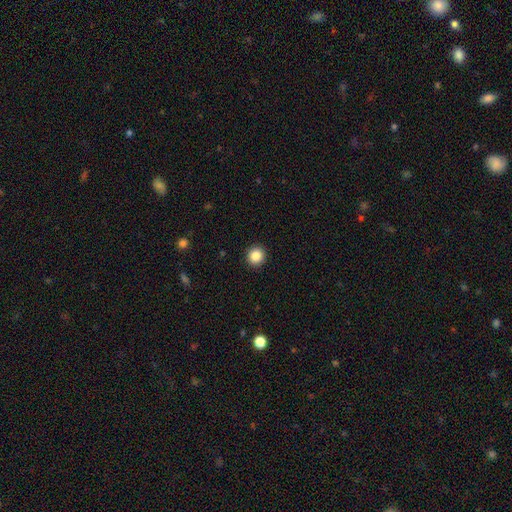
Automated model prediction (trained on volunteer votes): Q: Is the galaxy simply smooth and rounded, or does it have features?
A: smooth — 87%.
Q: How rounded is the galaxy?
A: round — 91%.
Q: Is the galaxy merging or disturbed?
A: none — 93%.